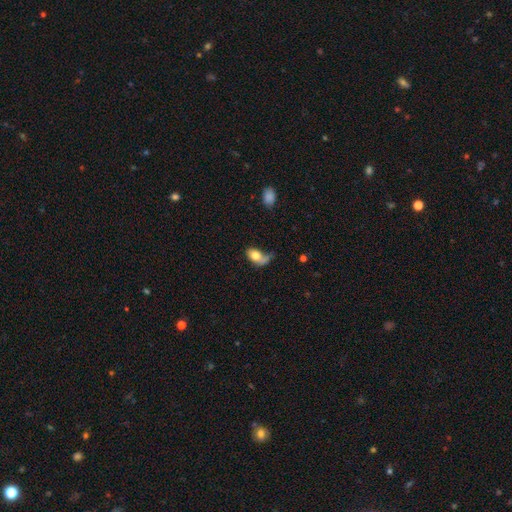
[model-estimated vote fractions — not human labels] This appears to be a smooth galaxy with no disk features (71%) that is in between round and cigar-shaped (84%). Merging: major disturbance (33%).